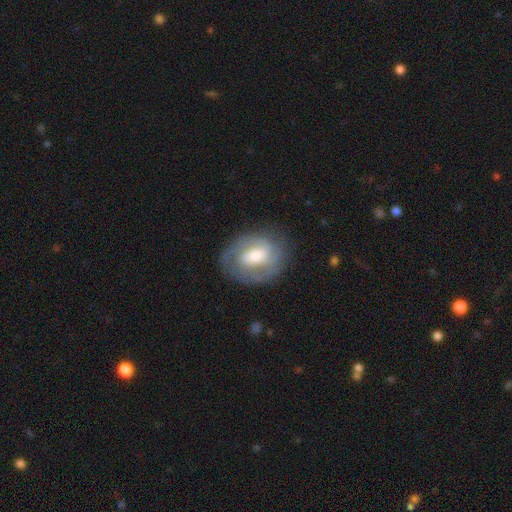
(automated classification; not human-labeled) Smooth or featured?
  - featured or disk: 72% *
  - smooth: 22%
  - star or artifact: 6%
Edge-on disk?
  - no: 97% *
  - yes: 3%
Bar?
  - weak: 44% *
  - no: 41%
  - strong: 15%
Spiral arms?
  - yes: 86% *
  - no: 14%
Spiral winding?
  - tight: 58% *
  - medium: 32%
  - loose: 10%
Spiral arm count?
  - 2: 49% *
  - can't tell: 29%
  - 3: 11%
  - 1: 6%
  - 4: 3%
  - more than 4: 3%
Bulge size?
  - moderate: 54% *
  - small: 31%
  - large: 11%
  - none: 2%
  - dominant: 2%
Merging?
  - none: 77% *
  - minor disturbance: 15%
  - major disturbance: 7%
  - merger: 1%